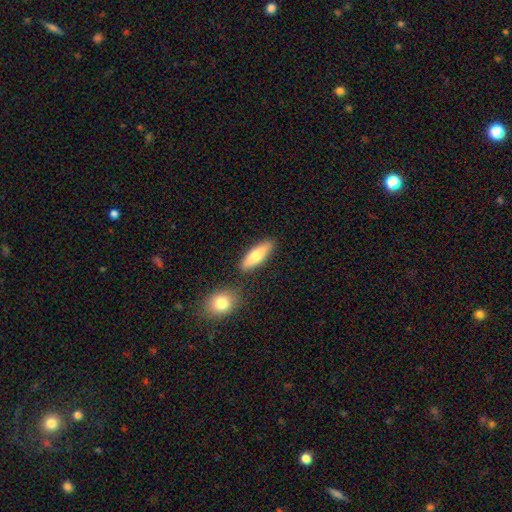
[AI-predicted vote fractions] Overall: smooth (71%). How rounded: cigar-shaped (53%; in between 44%). Merging: none (80%).